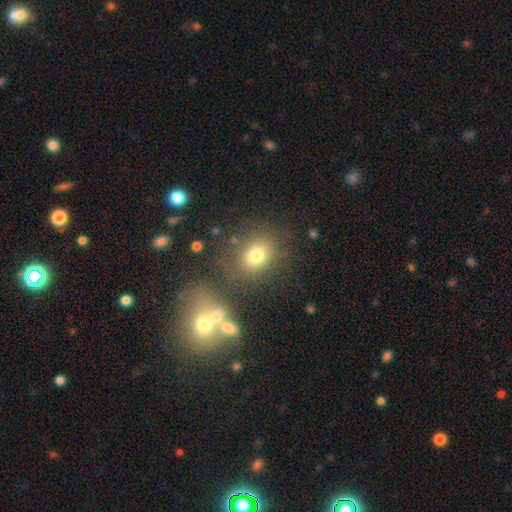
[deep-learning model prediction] Q: Smooth or featured?
A: smooth (75%); runner-up: star or artifact (14%)
Q: How rounded?
A: in between (51%); runner-up: round (47%)
Q: Merging?
A: none (70%); runner-up: minor disturbance (12%)